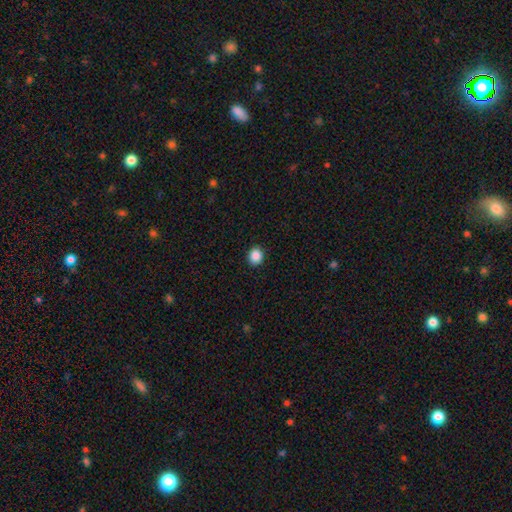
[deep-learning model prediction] smooth-or-featured: smooth: 88% | star or artifact: 9% | featured or disk: 3%
  how-rounded: round: 74% | in between: 25% | cigar-shaped: 1%
  merging: none: 91% | minor disturbance: 6% | major disturbance: 2% | merger: 1%